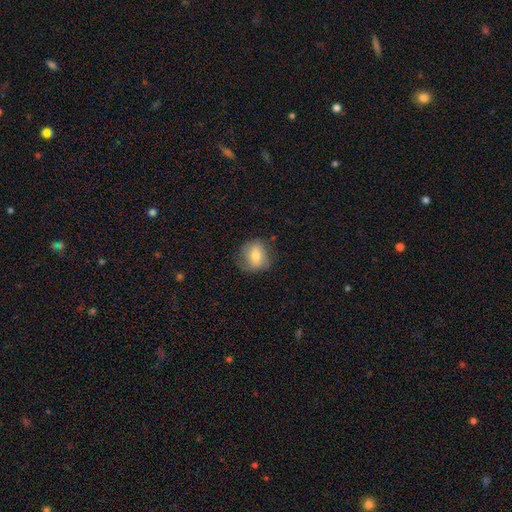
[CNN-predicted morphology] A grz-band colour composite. It shows a smooth galaxy with no disk features (63%) that is round (73%). Merging: none (70%).